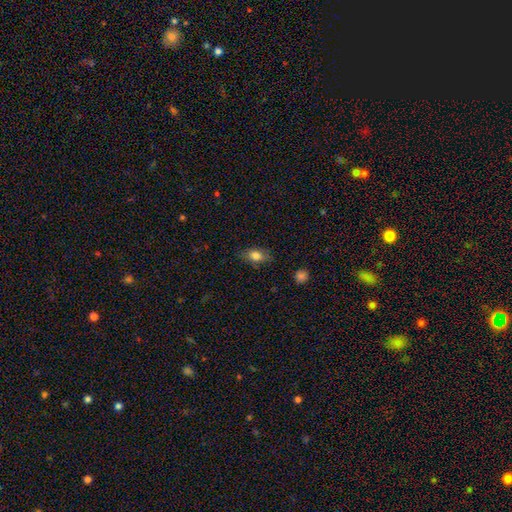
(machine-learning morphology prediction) smooth-or-featured: smooth: 80% | featured or disk: 11% | star or artifact: 9%
  how-rounded: in between: 83% | round: 13% | cigar-shaped: 4%
  merging: none: 79% | minor disturbance: 16% | major disturbance: 4% | merger: 1%